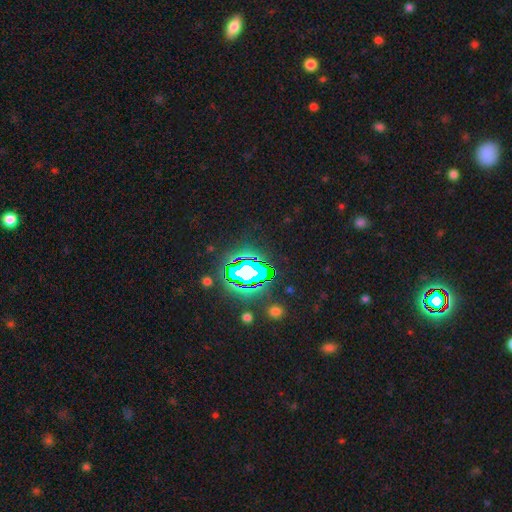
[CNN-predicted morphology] Smooth or featured: star or artifact — 81% (smooth — 12%)